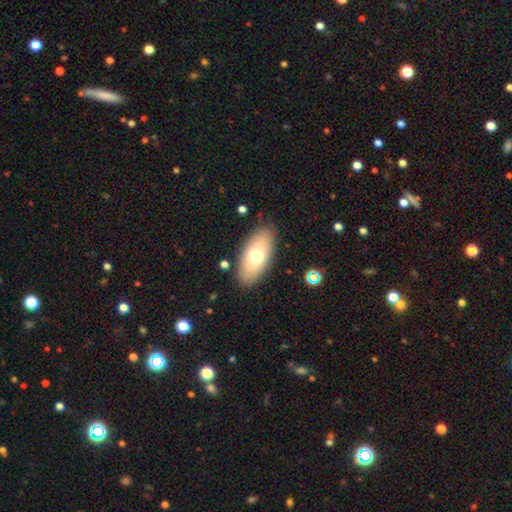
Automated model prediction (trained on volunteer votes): Smooth or featured?
  - smooth: 68% *
  - featured or disk: 25%
  - star or artifact: 8%
How rounded?
  - in between: 90% *
  - cigar-shaped: 7%
  - round: 4%
Merging?
  - none: 85% *
  - minor disturbance: 10%
  - major disturbance: 3%
  - merger: 2%